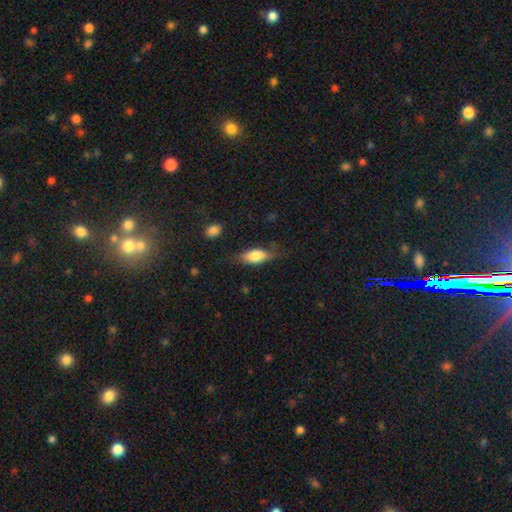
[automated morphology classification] Q: Smooth or featured?
A: smooth (73%); runner-up: featured or disk (21%)
Q: How rounded?
A: in between (77%); runner-up: cigar-shaped (19%)
Q: Merging?
A: none (62%); runner-up: minor disturbance (26%)